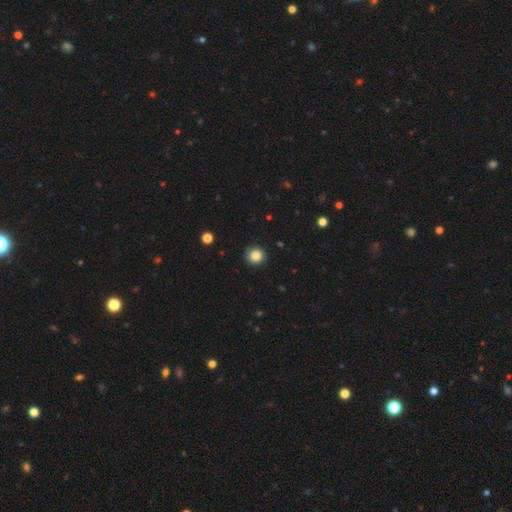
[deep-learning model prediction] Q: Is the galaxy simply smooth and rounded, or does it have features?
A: smooth — 86%.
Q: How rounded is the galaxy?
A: round — 91%.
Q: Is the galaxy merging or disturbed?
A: none — 89%.